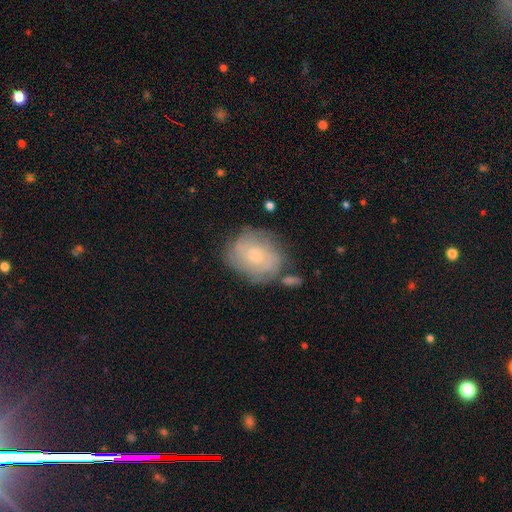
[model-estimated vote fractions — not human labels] Morphology: type=featured or disk (62%); edge-on=no (97%); bar=no (73%); spiral arms=yes (83%); winding=tight (61%); arm count=can't tell (51%); bulge=small (57%); merging=none (64%).